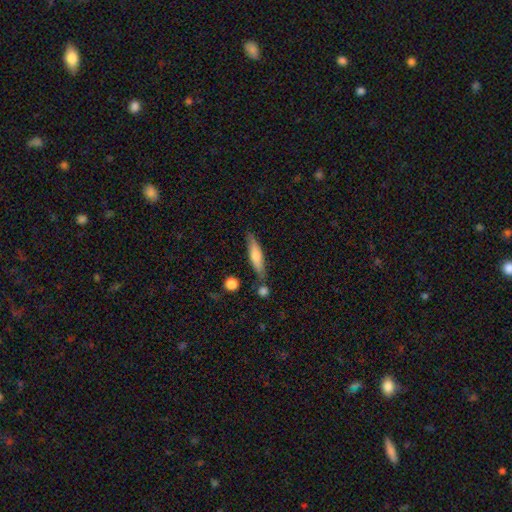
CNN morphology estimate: smooth-or-featured: smooth: 57% | featured or disk: 36% | star or artifact: 6%
  how-rounded: cigar-shaped: 81% | in between: 17% | round: 2%
  merging: none: 77% | minor disturbance: 13% | merger: 7% | major disturbance: 3%